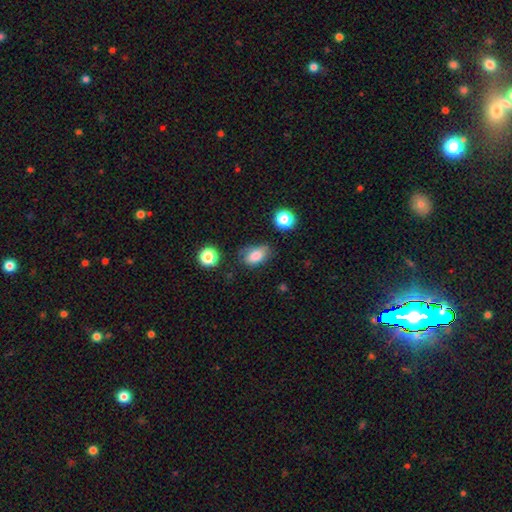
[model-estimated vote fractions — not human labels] A smooth galaxy with no disk features (79%) that is in between round and cigar-shaped (86%). Merging: none (57%).